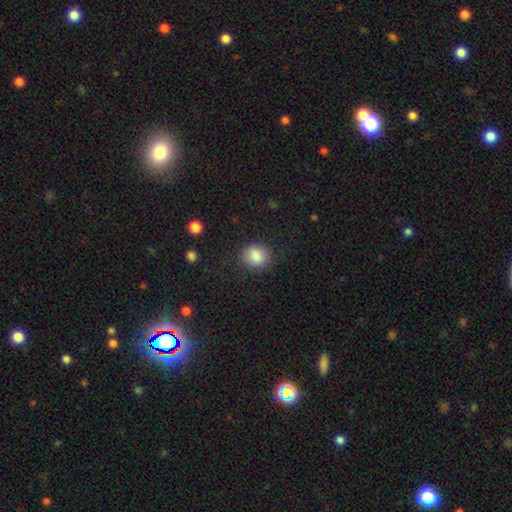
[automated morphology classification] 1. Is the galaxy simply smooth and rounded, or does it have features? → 86% smooth, 9% star or artifact, 5% featured or disk.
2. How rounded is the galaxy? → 66% round, 33% in between, 1% cigar-shaped.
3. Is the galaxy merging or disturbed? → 82% none, 12% minor disturbance, 4% major disturbance, 1% merger.